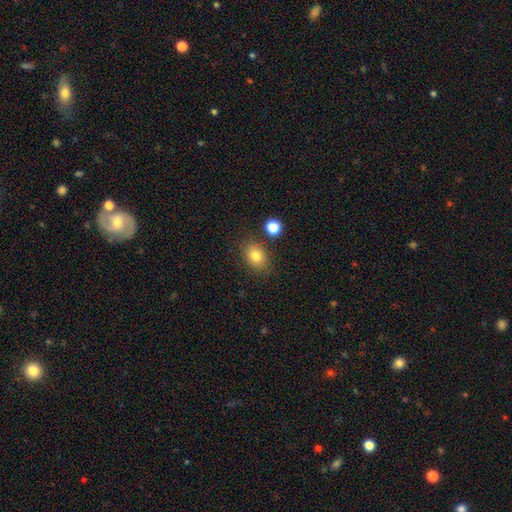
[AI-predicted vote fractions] Q: Smooth or featured?
A: smooth (81%); runner-up: star or artifact (10%)
Q: How rounded?
A: in between (68%); runner-up: round (30%)
Q: Merging?
A: none (81%); runner-up: minor disturbance (11%)